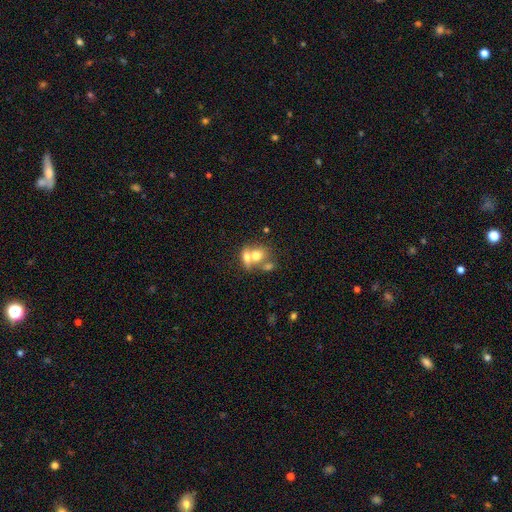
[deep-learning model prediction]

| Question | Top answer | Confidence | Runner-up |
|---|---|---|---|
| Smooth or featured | smooth | 65% | featured or disk (25%) |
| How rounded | round | 52% | in between (47%) |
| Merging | merger | 66% | none (22%) |